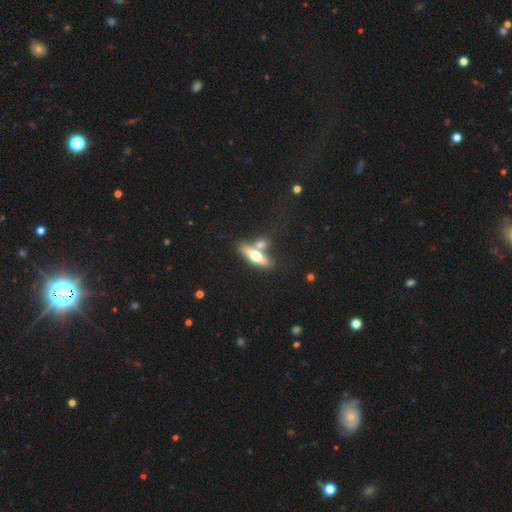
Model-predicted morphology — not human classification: type=featured or disk (48%); merging=none (50%).